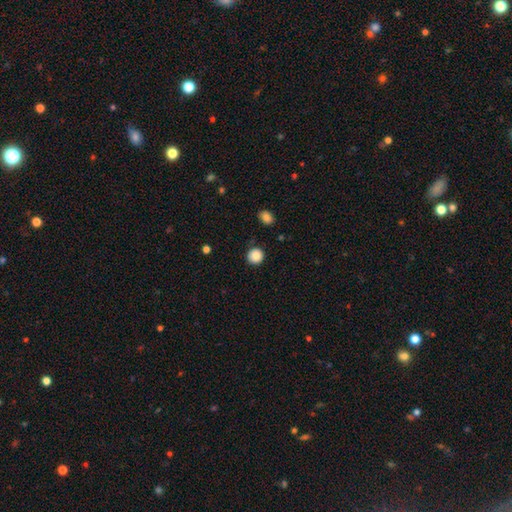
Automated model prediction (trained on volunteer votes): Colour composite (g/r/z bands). It shows a smooth galaxy with no disk features (87%) that is round (93%). Merging: none (86%).